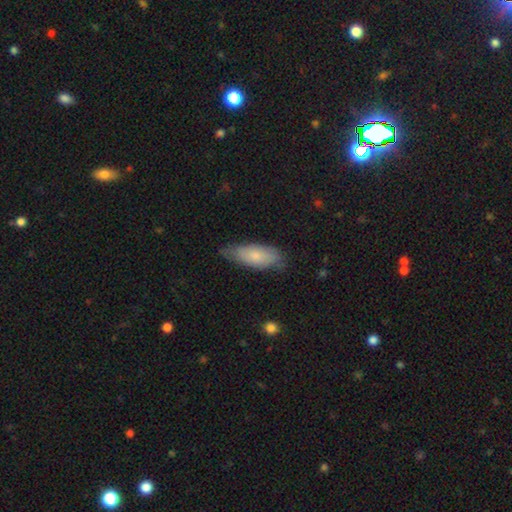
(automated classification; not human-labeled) Overall: smooth (72%). How rounded: in between (74%). Merging: none (64%; minor disturbance 29%).